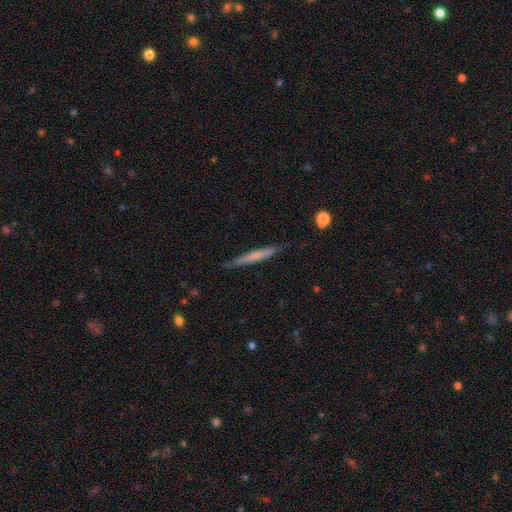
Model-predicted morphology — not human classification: The model was most divided on "smooth or featured": smooth: 59%, featured or disk: 35%, star or artifact: 6%. More confident: how rounded — cigar-shaped (96%); merging — none (85%).